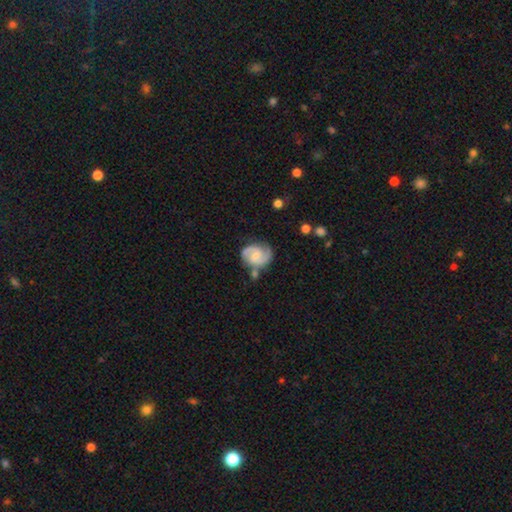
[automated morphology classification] Smooth or featured? Predicted: featured or disk (p=0.81). Edge-on disk? Predicted: no (p=0.98). Bar? Predicted: no (p=0.46). Spiral arms? Predicted: yes (p=0.96). Spiral winding? Predicted: medium (p=0.53). Spiral arm count? Predicted: 2 (p=0.89). Bulge size? Predicted: small (p=0.49). Merging? Predicted: none (p=0.69).